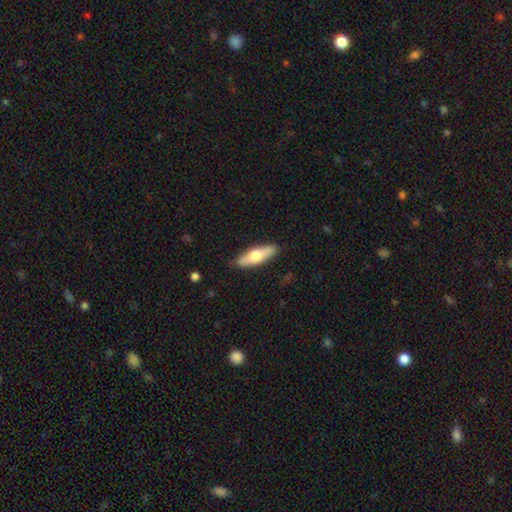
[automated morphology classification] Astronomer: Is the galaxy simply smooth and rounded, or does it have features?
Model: smooth — 58% (runner-up: featured or disk, 37%).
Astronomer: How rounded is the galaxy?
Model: cigar-shaped — 52% (runner-up: in between, 46%).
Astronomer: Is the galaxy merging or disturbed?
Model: none — 88%.